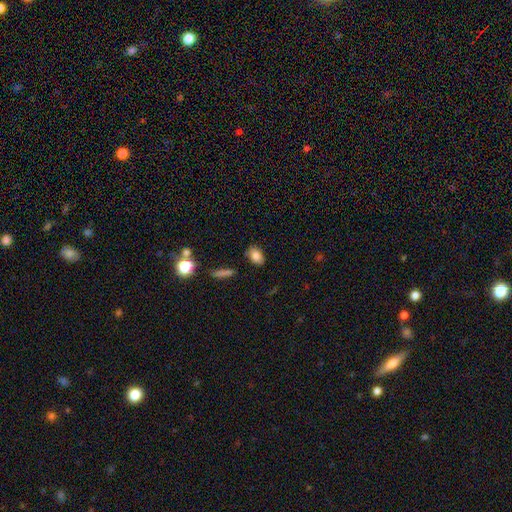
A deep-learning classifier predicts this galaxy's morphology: This appears to be a smooth galaxy with no disk features (83%) that is in between round and cigar-shaped (84%). Merging: none (82%).